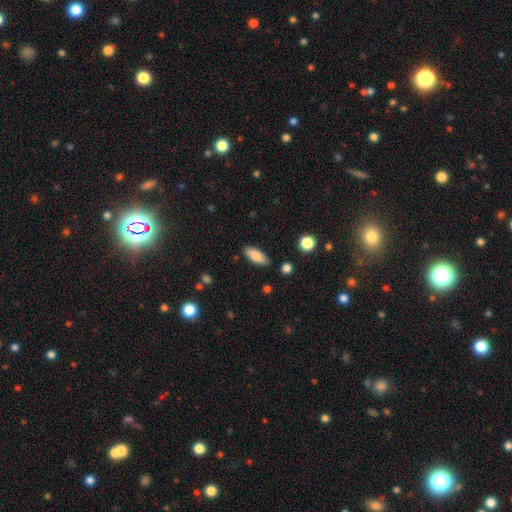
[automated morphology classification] A smooth galaxy with no disk features (84%) that is in between round and cigar-shaped (76%).

Vote fractions:
- Smooth or featured? smooth: 84% / featured or disk: 9% / star or artifact: 7%
- How rounded? in between: 76% / cigar-shaped: 22% / round: 2%
- Merging? none: 86% / minor disturbance: 10% / major disturbance: 2% / merger: 2%